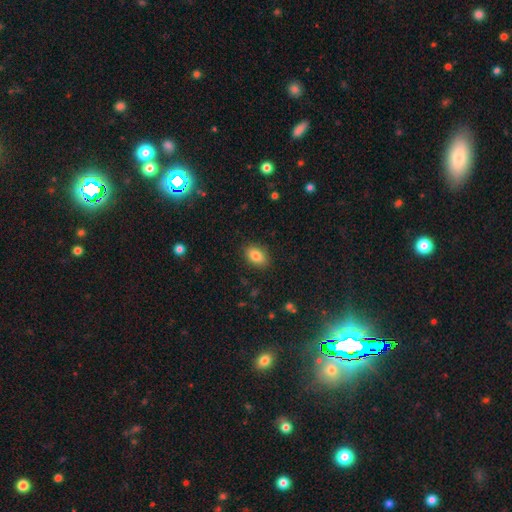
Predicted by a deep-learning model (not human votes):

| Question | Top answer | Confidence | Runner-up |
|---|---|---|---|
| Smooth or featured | smooth | 83% | star or artifact (8%) |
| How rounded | in between | 86% | round (12%) |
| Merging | none | 87% | minor disturbance (9%) |